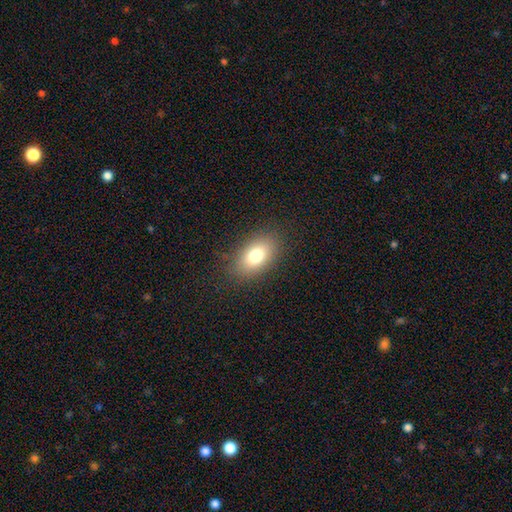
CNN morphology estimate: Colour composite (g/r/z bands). It shows a smooth galaxy with no disk features (76%) that is in between round and cigar-shaped (87%). Merging: none (84%).